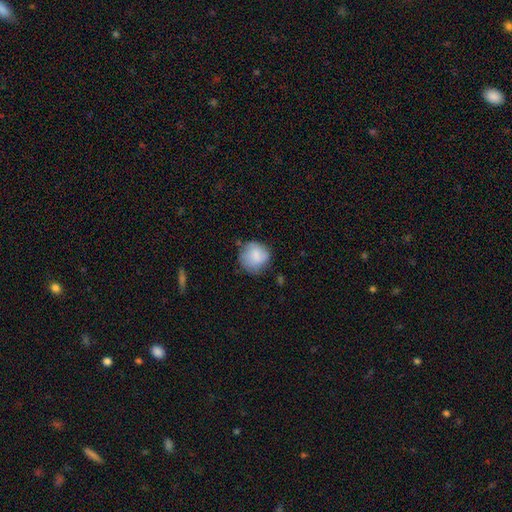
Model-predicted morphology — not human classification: Q: Smooth or featured?
A: smooth (74%); runner-up: featured or disk (19%)
Q: How rounded?
A: round (85%); runner-up: in between (14%)
Q: Merging?
A: none (63%); runner-up: minor disturbance (26%)